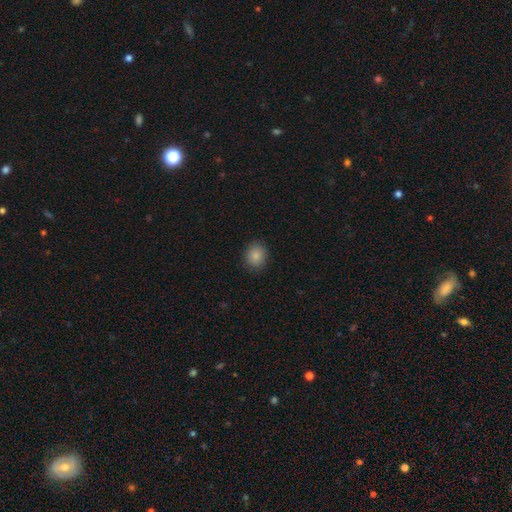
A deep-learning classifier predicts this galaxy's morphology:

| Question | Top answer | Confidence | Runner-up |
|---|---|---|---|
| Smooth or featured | smooth | 84% | star or artifact (10%) |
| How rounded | round | 69% | in between (30%) |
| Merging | none | 87% | minor disturbance (9%) |